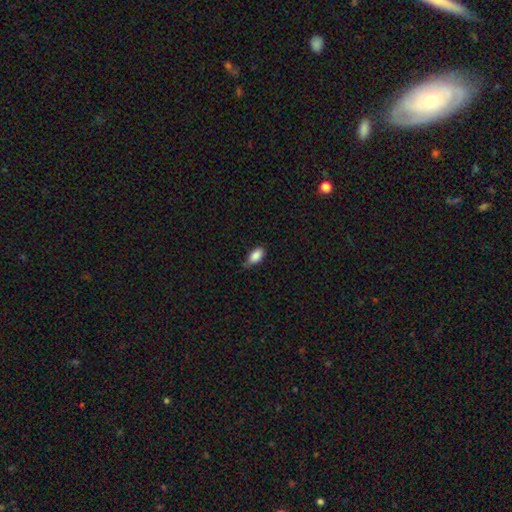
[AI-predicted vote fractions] Smooth or featured?
  - smooth: 87% *
  - star or artifact: 7%
  - featured or disk: 6%
How rounded?
  - in between: 92% *
  - cigar-shaped: 4%
  - round: 4%
Merging?
  - none: 67% *
  - minor disturbance: 28%
  - major disturbance: 4%
  - merger: 2%